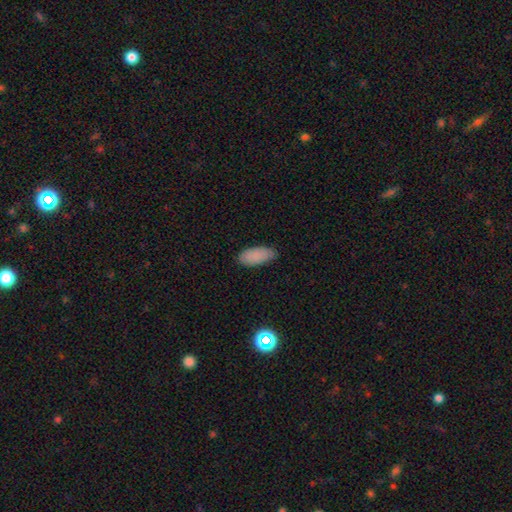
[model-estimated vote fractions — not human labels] Morphology: type=smooth (87%); roundness=in between (89%); merging=none (81%).